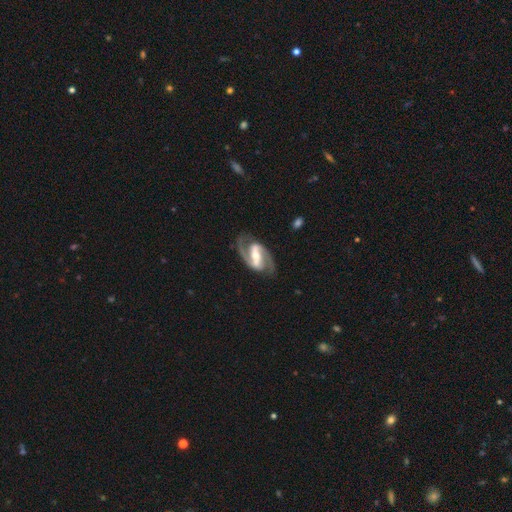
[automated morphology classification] Smooth or featured? Predicted: featured or disk (p=0.92). Edge-on disk? Predicted: no (p=0.97). Bar? Predicted: strong (p=0.67). Spiral arms? Predicted: yes (p=0.97). Spiral winding? Predicted: medium (p=0.59). Spiral arm count? Predicted: 2 (p=0.94). Bulge size? Predicted: moderate (p=0.60). Merging? Predicted: none (p=0.83).